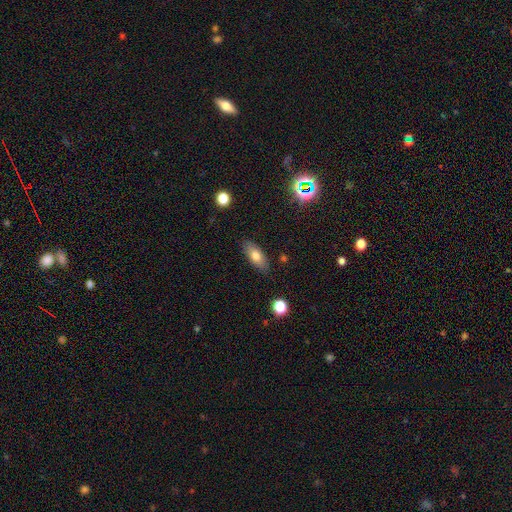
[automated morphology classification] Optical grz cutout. It shows a smooth galaxy with no disk features (72%) that is in between round and cigar-shaped (80%). Merging: none (85%).